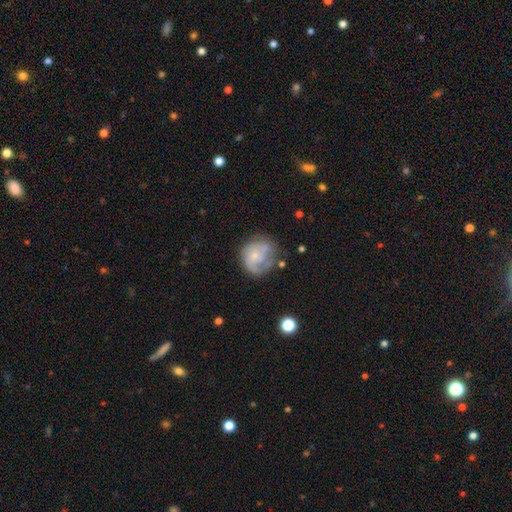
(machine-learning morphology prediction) Smooth or featured? Predicted: featured or disk (p=0.54). Edge-on disk? Predicted: no (p=0.98). Bar? Predicted: no (p=0.81). Spiral arms? Predicted: yes (p=0.64). Bulge size? Predicted: small (p=0.65). Merging? Predicted: none (p=0.47).